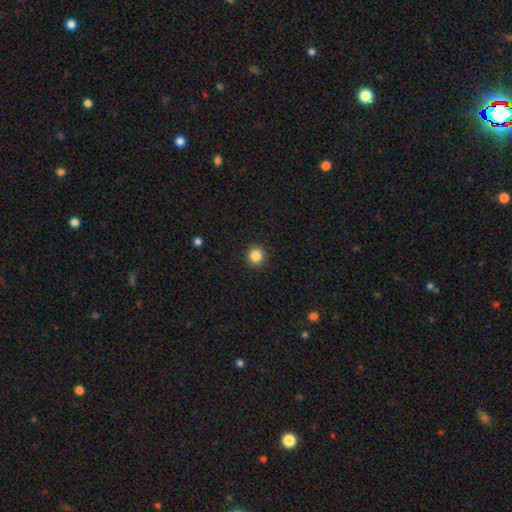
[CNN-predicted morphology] Overall: smooth (85%). How rounded: round (94%). Merging: none (93%).